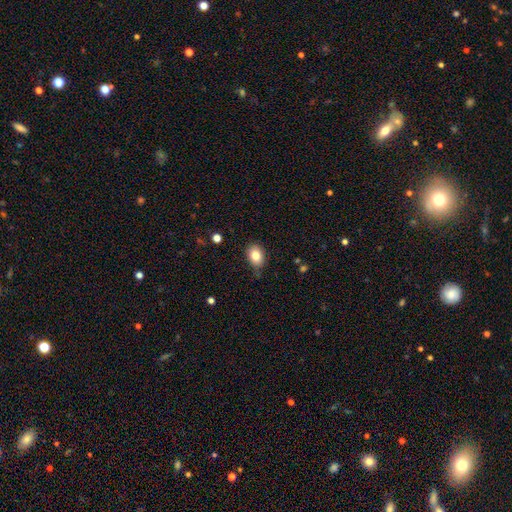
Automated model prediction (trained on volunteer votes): Smooth or featured: smooth — 82% (featured or disk — 9%)
How rounded: in between — 71% (round — 28%)
Merging: none — 77% (minor disturbance — 19%)